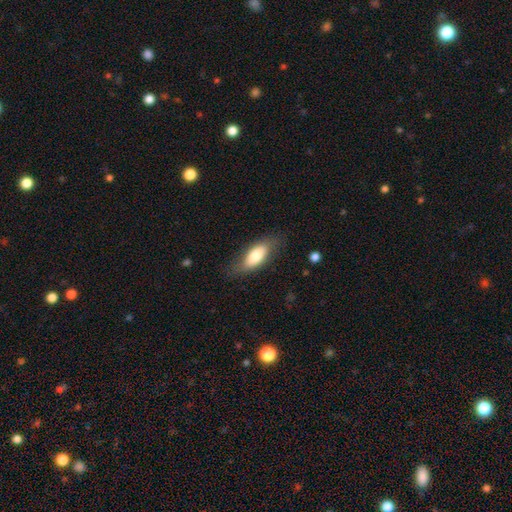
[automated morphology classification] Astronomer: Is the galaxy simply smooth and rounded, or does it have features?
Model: smooth — 72%.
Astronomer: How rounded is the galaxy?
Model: in between — 80%.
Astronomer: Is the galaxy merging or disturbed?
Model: none — 73%.